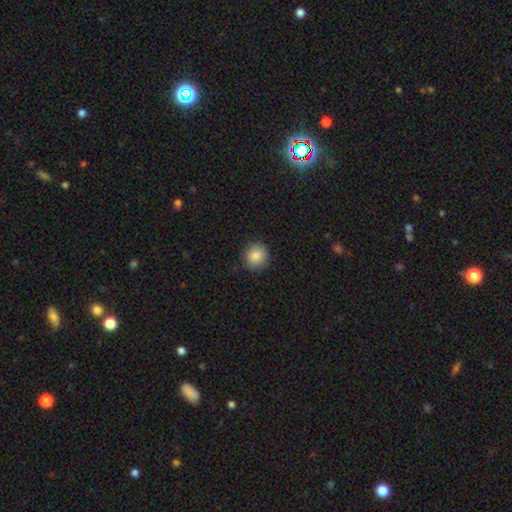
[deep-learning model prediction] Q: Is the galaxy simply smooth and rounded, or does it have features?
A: smooth — 87%.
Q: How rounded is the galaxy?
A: round — 92%.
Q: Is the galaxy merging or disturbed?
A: none — 86%.